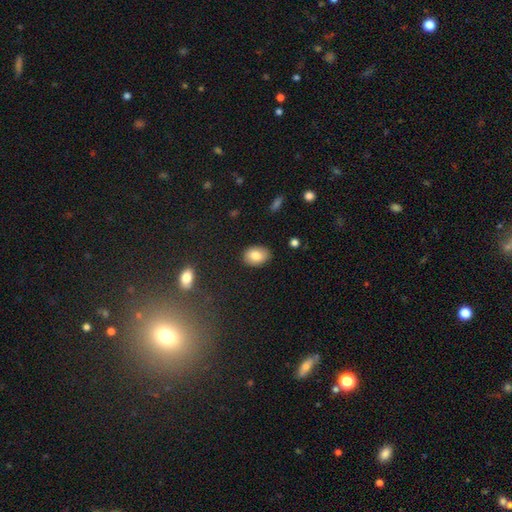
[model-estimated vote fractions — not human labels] smooth 82%, featured or disk 10%, star or artifact 8%. Down the decision tree: how rounded — in between (76%); merging — none (85%).